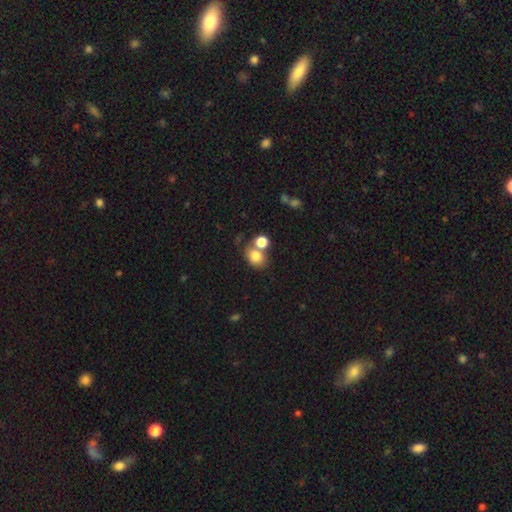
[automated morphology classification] A smooth galaxy with no disk features (79%) that is round (51%).

Vote fractions:
- Smooth or featured? smooth: 79% / star or artifact: 12% / featured or disk: 9%
- How rounded? round: 51% / in between: 48% / cigar-shaped: 1%
- Merging? none: 49% / merger: 36% / minor disturbance: 11% / major disturbance: 5%